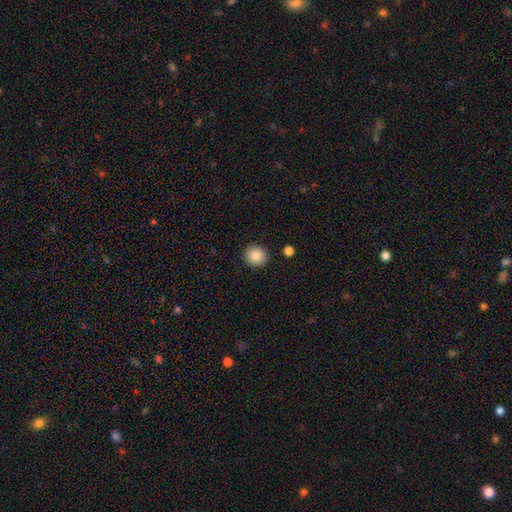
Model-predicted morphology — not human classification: A smooth galaxy with no disk features (86%) that is round (91%).

Vote fractions:
- Smooth or featured? smooth: 86% / star or artifact: 9% / featured or disk: 5%
- How rounded? round: 91% / in between: 8% / cigar-shaped: 1%
- Merging? none: 91% / minor disturbance: 6% / major disturbance: 2% / merger: 2%